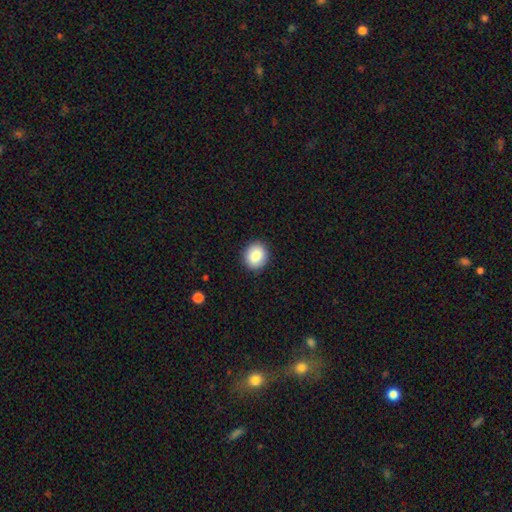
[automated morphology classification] Smooth or featured: smooth — 86% (star or artifact — 8%)
How rounded: round — 74% (in between — 25%)
Merging: none — 90% (minor disturbance — 7%)